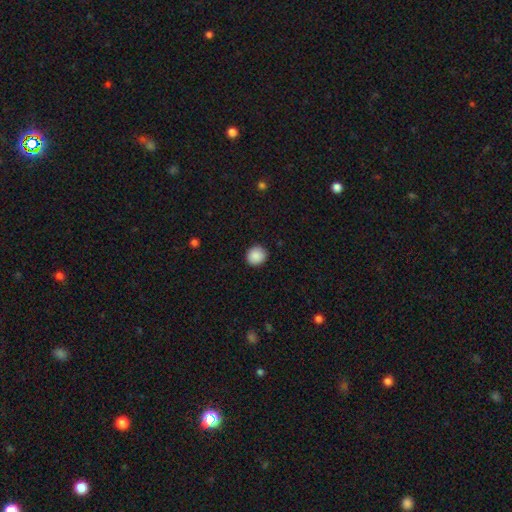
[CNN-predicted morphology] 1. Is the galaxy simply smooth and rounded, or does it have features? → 89% smooth, 8% star or artifact, 3% featured or disk.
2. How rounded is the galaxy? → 86% round, 13% in between, 1% cigar-shaped.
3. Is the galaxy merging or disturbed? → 91% none, 6% minor disturbance, 2% major disturbance, 1% merger.